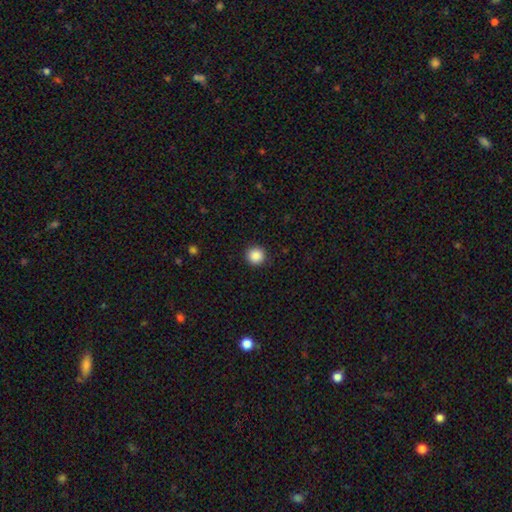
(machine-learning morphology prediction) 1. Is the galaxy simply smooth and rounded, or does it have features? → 88% smooth, 9% star or artifact, 3% featured or disk.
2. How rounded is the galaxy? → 95% round, 4% in between, 1% cigar-shaped.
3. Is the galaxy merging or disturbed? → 92% none, 5% minor disturbance, 2% major disturbance, 1% merger.